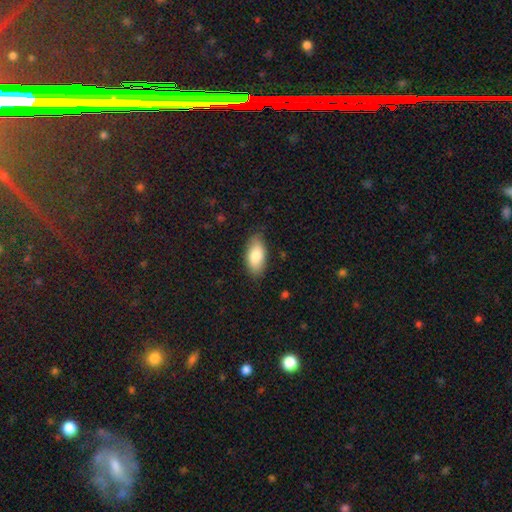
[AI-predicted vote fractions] smooth-or-featured: smooth: 83% | featured or disk: 11% | star or artifact: 6%
  how-rounded: in between: 92% | cigar-shaped: 5% | round: 3%
  merging: none: 83% | minor disturbance: 14% | major disturbance: 3% | merger: 1%